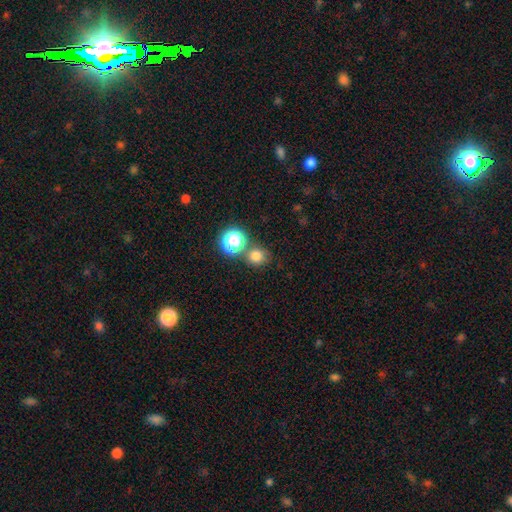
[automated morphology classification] This appears to be a smooth galaxy with no disk features (74%) that is round (84%). Merging: none (72%).